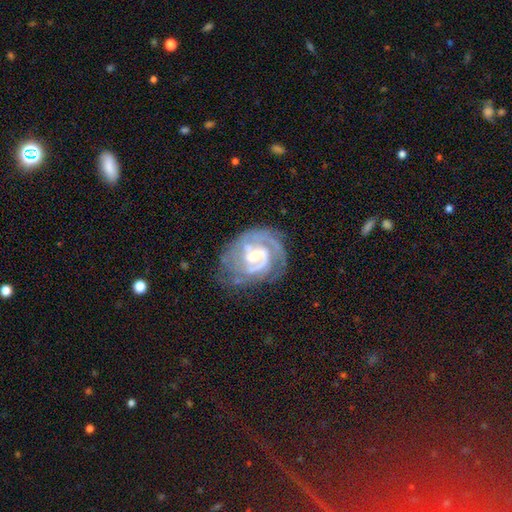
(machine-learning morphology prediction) This appears to be a featured or disk galaxy (86%) with a weak bar (51%), 2 (49%) tight (56%) spiral arms (94%) and a moderate central bulge (48%). Merging: none (64%).